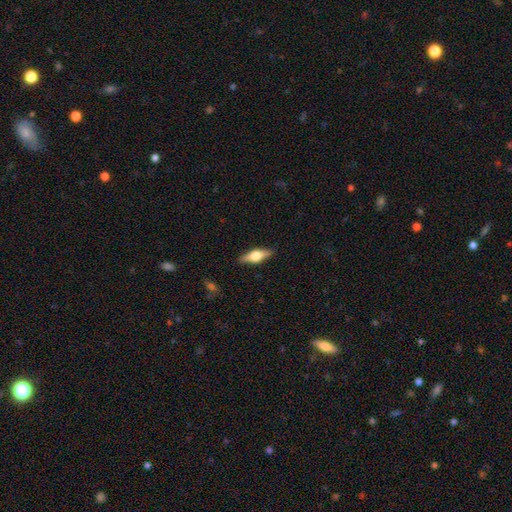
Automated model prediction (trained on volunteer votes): Smooth or featured? Predicted: featured or disk (p=0.54). Edge-on disk? Predicted: yes (p=0.94). Edge-on bulge? Predicted: rounded (p=0.94). Merging? Predicted: none (p=0.89).